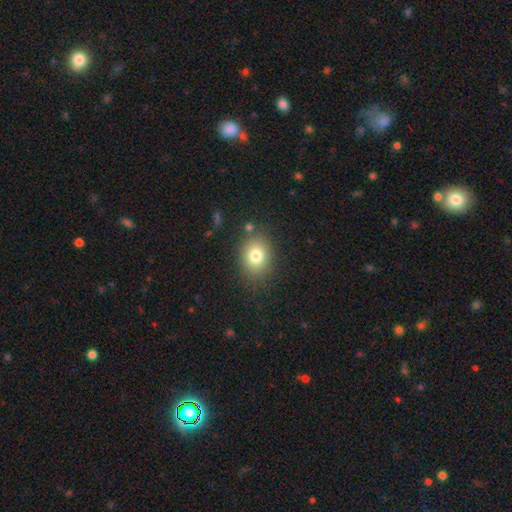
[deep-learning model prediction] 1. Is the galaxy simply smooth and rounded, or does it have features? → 78% smooth, 12% star or artifact, 10% featured or disk.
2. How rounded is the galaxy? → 50% in between, 49% round, 1% cigar-shaped.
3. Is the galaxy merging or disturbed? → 81% none, 12% minor disturbance, 4% major disturbance, 3% merger.